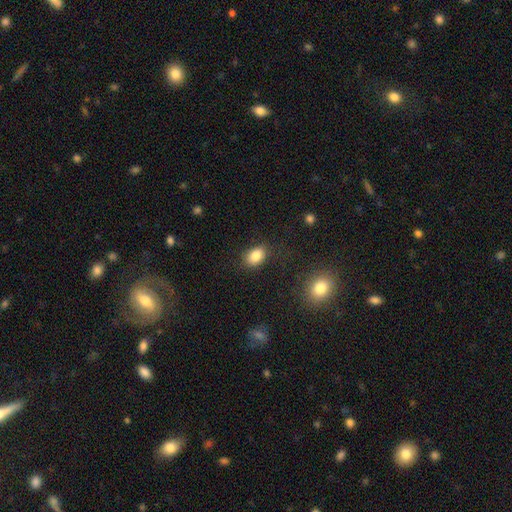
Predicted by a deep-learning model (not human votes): A smooth galaxy with no disk features (85%) that is in between round and cigar-shaped (80%). Merging: none (82%).